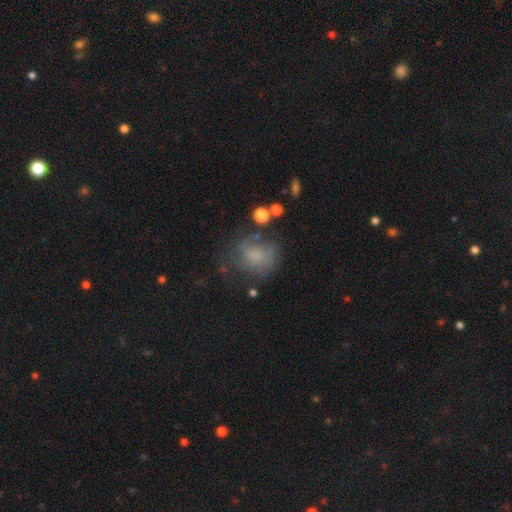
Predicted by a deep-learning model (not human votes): Smooth or featured: smooth — 53% (featured or disk — 32%)
How rounded: round — 54% (in between — 45%)
Merging: none — 46% (major disturbance — 24%)